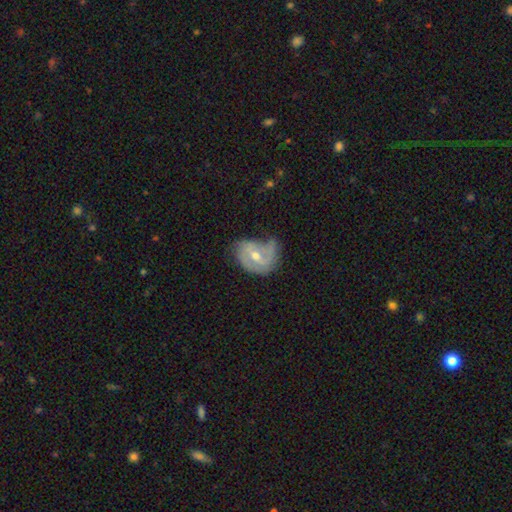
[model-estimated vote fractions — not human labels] A featured or disk galaxy (69%) with a weak bar (47%), 2 (48%) medium (39%) spiral arms (78%) and a moderate central bulge (61%).

Vote fractions:
- Smooth or featured? featured or disk: 69% / smooth: 25% / star or artifact: 7%
- Edge-on disk? no: 97% / yes: 3%
- Bar? weak: 47% / no: 35% / strong: 19%
- Spiral arms? yes: 78% / no: 22%
- Spiral winding? medium: 39% / tight: 36% / loose: 25%
- Spiral arm count? 2: 48% / can't tell: 21% / 1: 17% / 3: 10% / 4: 2% / more than 4: 2%
- Bulge size? moderate: 61% / small: 35% / large: 2% / none: 1% / dominant: 1%
- Merging? none: 38% / minor disturbance: 37% / major disturbance: 21% / merger: 4%